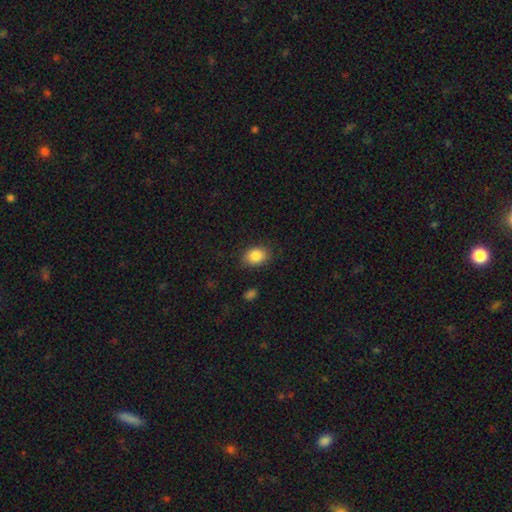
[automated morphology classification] Q: Smooth or featured?
A: smooth (86%); runner-up: star or artifact (8%)
Q: How rounded?
A: in between (65%); runner-up: round (34%)
Q: Merging?
A: none (83%); runner-up: minor disturbance (12%)